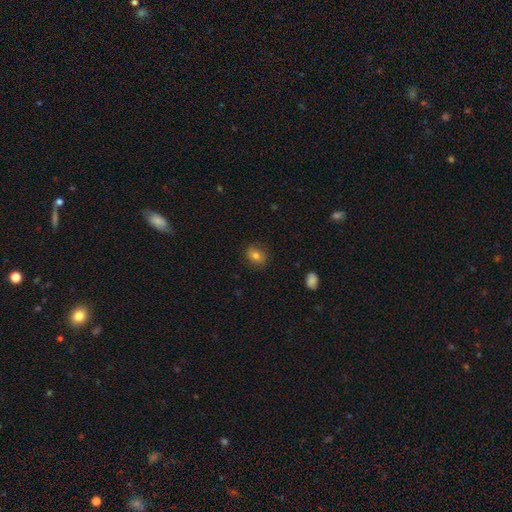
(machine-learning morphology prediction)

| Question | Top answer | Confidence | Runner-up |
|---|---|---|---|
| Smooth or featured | smooth | 79% | star or artifact (11%) |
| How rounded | round | 50% | in between (49%) |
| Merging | none | 84% | minor disturbance (12%) |